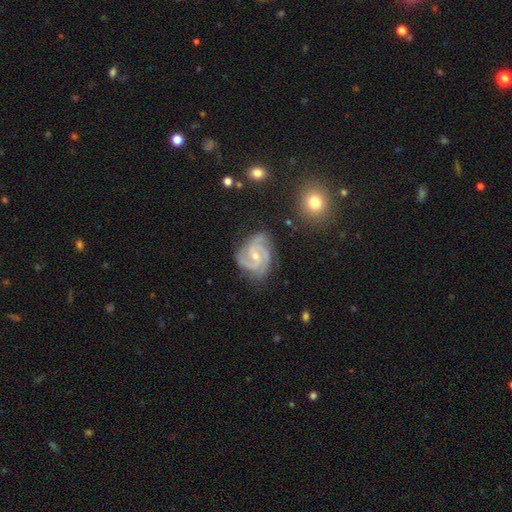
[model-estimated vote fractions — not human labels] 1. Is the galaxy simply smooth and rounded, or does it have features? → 91% featured or disk, 5% star or artifact, 4% smooth.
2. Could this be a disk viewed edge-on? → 98% no, 2% yes.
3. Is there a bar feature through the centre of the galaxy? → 50% no, 39% weak, 11% strong.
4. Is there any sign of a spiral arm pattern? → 98% yes, 2% no.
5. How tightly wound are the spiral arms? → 49% tight, 45% medium, 6% loose.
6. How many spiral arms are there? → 61% 3, 20% 2, 7% 4, 5% can't tell, 3% 1, 3% more than 4.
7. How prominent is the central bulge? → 60% small, 37% moderate, 2% none, 1% large, 1% dominant.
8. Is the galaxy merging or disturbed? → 70% none, 21% minor disturbance, 7% major disturbance, 2% merger.